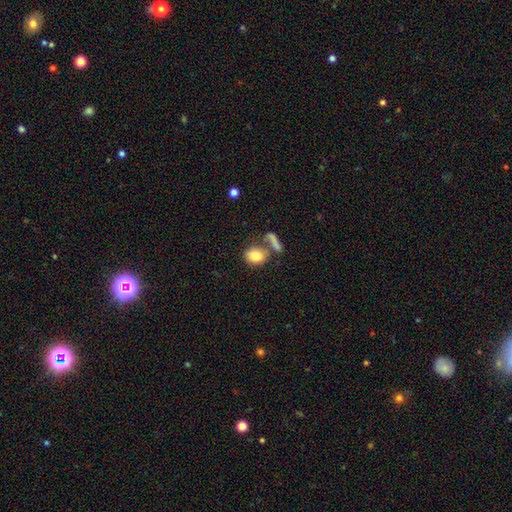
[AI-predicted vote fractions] Q: Smooth or featured?
A: smooth (83%); runner-up: featured or disk (9%)
Q: How rounded?
A: in between (62%); runner-up: round (35%)
Q: Merging?
A: none (49%); runner-up: merger (30%)